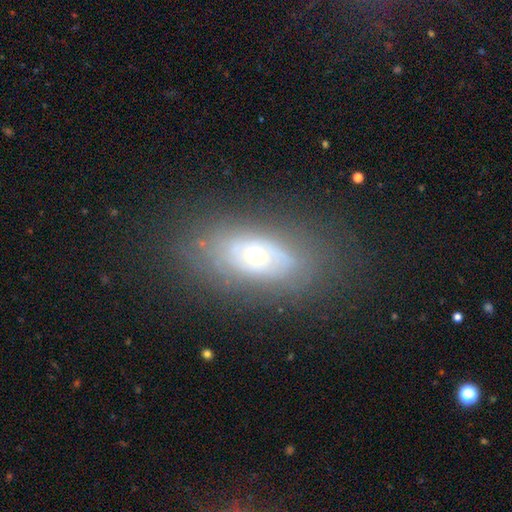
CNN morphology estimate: type=featured or disk (59%); edge-on=no (83%); merging=none (74%).